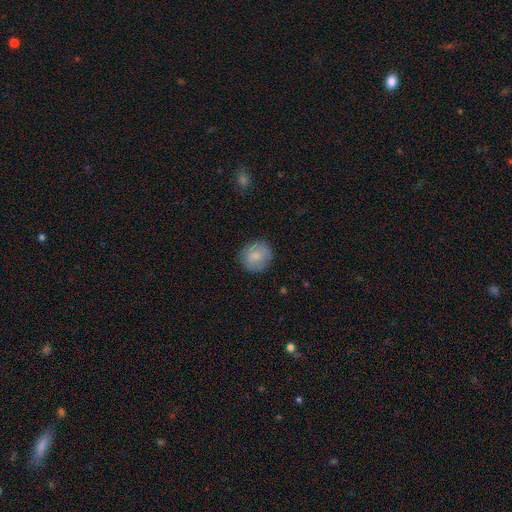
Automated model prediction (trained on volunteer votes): smooth-or-featured: smooth: 80% | featured or disk: 12% | star or artifact: 7%
  how-rounded: round: 87% | in between: 12% | cigar-shaped: 1%
  merging: none: 84% | minor disturbance: 12% | major disturbance: 3% | merger: 1%